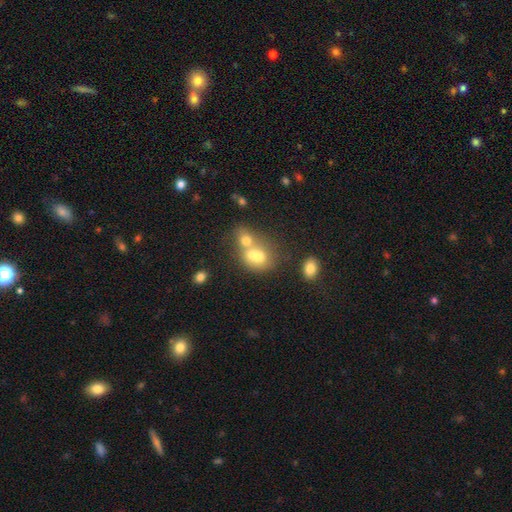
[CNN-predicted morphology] Overall: smooth (63%; featured or disk 24%). How rounded: round (64%; in between 35%). Merging: merger (67%).